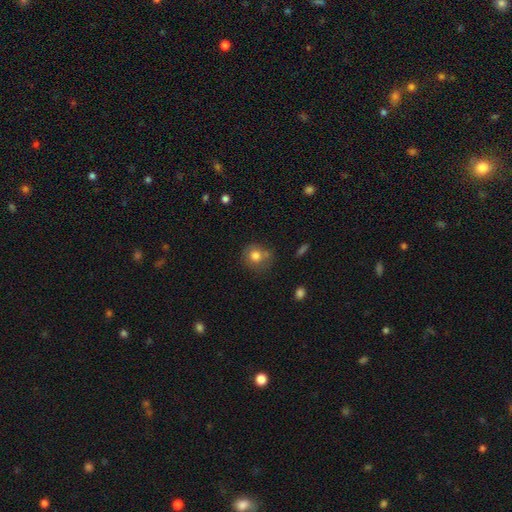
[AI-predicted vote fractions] A smooth galaxy with no disk features (77%) that is round (83%). Merging: none (61%).